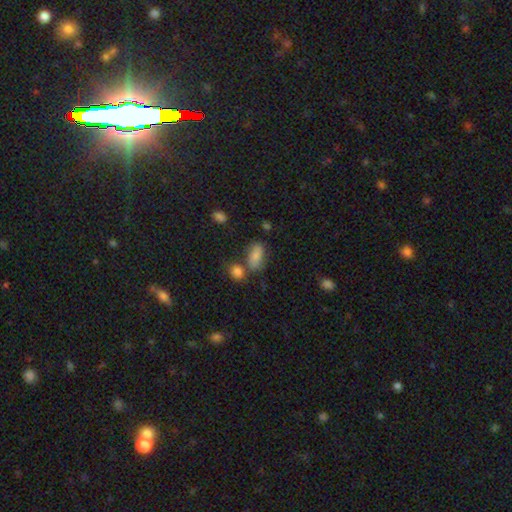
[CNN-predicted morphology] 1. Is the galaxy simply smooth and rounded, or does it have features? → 79% smooth, 11% featured or disk, 10% star or artifact.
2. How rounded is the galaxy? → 88% in between, 7% round, 4% cigar-shaped.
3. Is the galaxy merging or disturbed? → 54% none, 21% merger, 18% minor disturbance, 7% major disturbance.